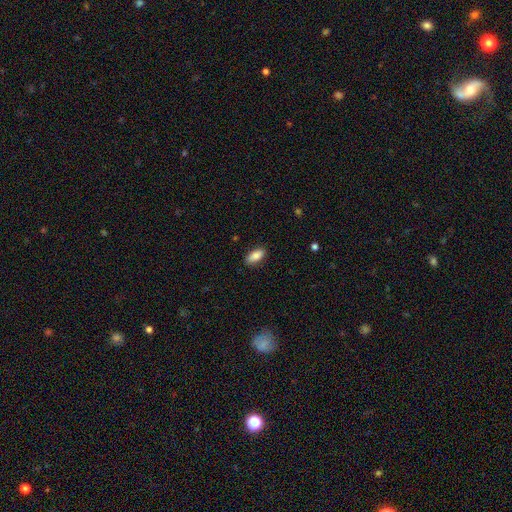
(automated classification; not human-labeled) Smooth or featured? smooth (85%)
How rounded? in between (89%)
Merging? none (88%)